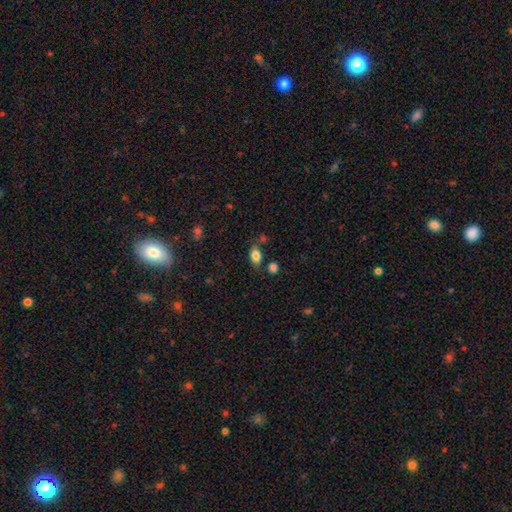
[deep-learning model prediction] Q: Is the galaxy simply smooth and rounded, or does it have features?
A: smooth — 83%.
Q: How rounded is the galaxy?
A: in between — 88%.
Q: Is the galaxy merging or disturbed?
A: none — 72%.